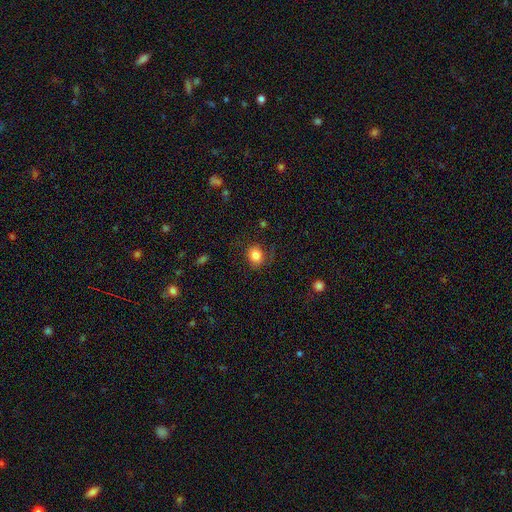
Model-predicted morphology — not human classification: smooth_or_featured: smooth (p=0.82) [alt: star or artifact p=0.10]
how_rounded: round (p=0.68) [alt: in between p=0.32]
merging: none (p=0.73) [alt: minor disturbance p=0.17]